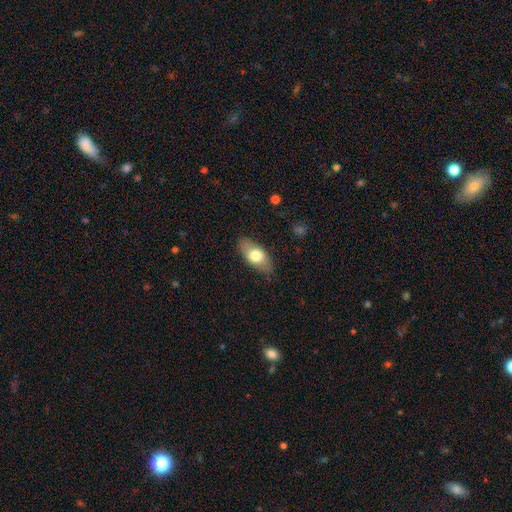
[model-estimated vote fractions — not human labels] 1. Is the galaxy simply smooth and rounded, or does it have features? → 68% smooth, 26% featured or disk, 6% star or artifact.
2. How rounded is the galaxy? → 86% in between, 10% cigar-shaped, 4% round.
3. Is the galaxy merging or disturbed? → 81% none, 14% minor disturbance, 3% major disturbance, 1% merger.